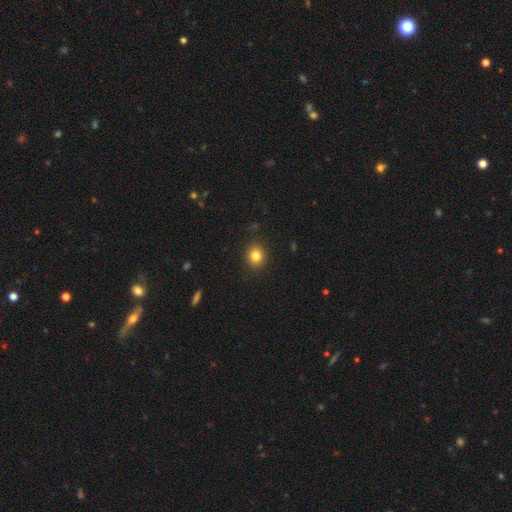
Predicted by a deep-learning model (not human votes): Smooth or featured? smooth (83%)
How rounded? round (71%)
Merging? none (89%)